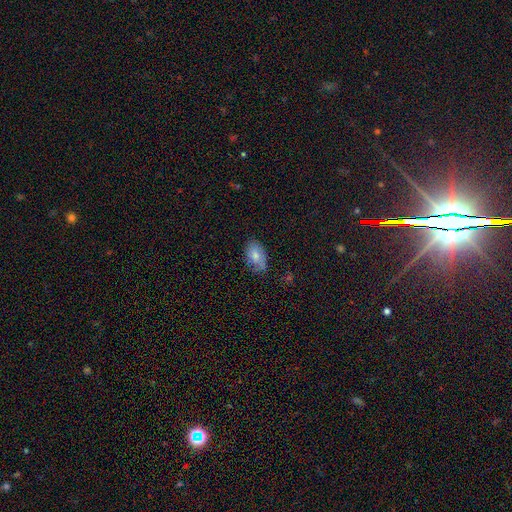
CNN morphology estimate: The model was most divided on "merging": none: 66%, minor disturbance: 27%, major disturbance: 6%, merger: 2%. More confident: how rounded — in between (92%); smooth or featured — smooth (74%).